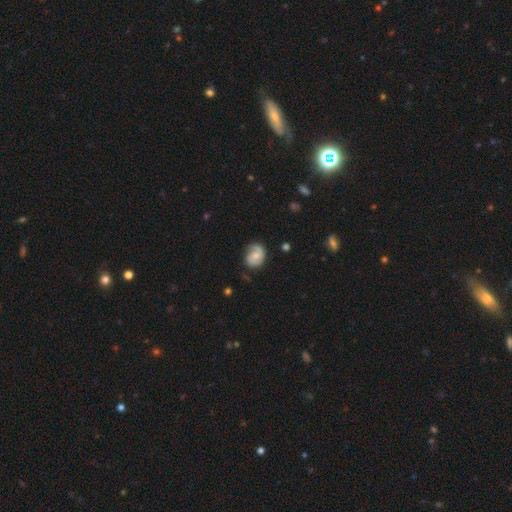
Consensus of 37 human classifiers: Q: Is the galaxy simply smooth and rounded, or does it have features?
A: featured or disk — 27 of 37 (73%).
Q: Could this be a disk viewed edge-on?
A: no — 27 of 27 (100%).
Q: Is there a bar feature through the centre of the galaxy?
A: no — 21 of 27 (78%).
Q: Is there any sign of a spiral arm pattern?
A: yes — 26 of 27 (96%).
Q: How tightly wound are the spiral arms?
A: medium — 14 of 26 (54%).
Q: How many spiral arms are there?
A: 2 — 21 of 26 (81%).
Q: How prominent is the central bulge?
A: small — 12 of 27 (44%).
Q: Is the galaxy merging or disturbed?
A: none — 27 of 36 (75%).